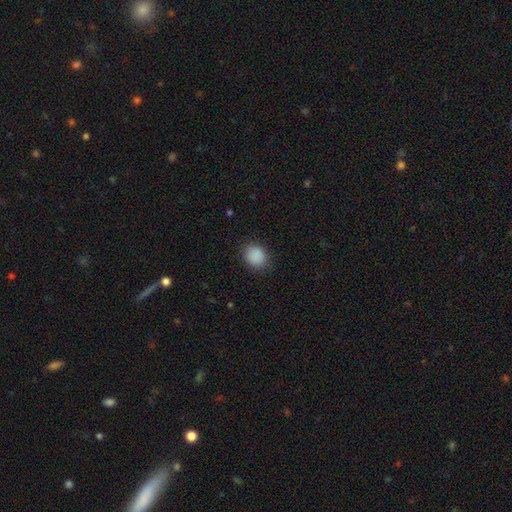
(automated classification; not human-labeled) smooth_or_featured: smooth (p=0.89) [alt: star or artifact p=0.09]
how_rounded: round (p=0.63) [alt: in between p=0.36]
merging: none (p=0.85) [alt: minor disturbance p=0.11]